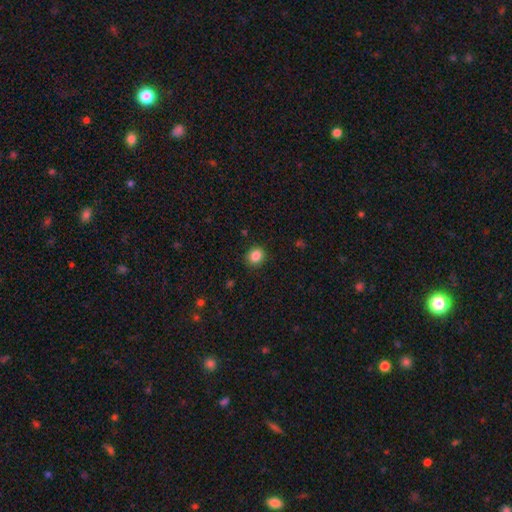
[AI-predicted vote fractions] smooth_or_featured: smooth (p=0.86) [alt: star or artifact p=0.10]
how_rounded: round (p=0.74) [alt: in between p=0.25]
merging: none (p=0.89) [alt: minor disturbance p=0.08]